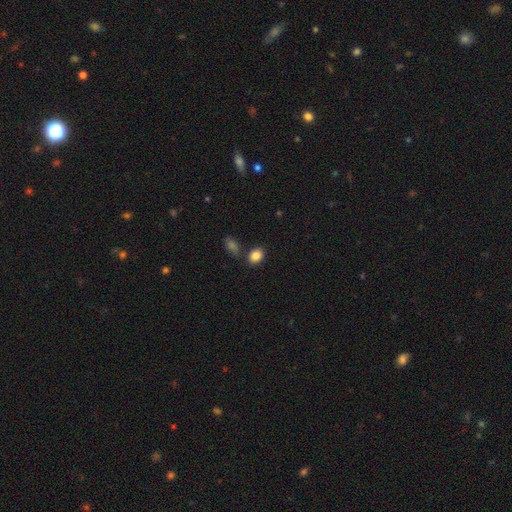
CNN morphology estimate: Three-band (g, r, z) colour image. It shows a smooth galaxy with no disk features (86%) that is in between round and cigar-shaped (68%). Merging: none (74%).